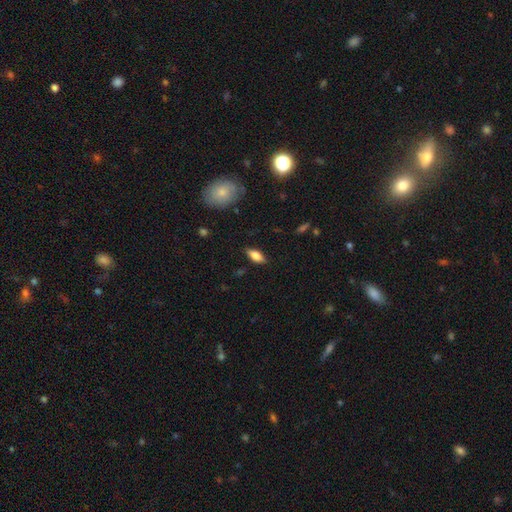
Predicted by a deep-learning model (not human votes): Smooth or featured? smooth (76%)
How rounded? in between (82%)
Merging? none (84%)